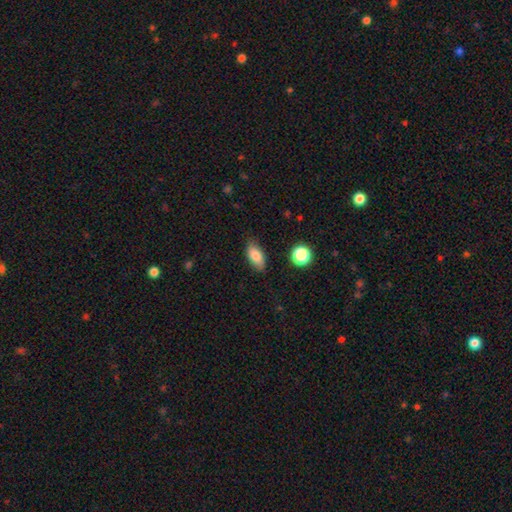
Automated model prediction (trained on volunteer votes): Overall: smooth (82%). How rounded: in between (87%). Merging: none (82%).